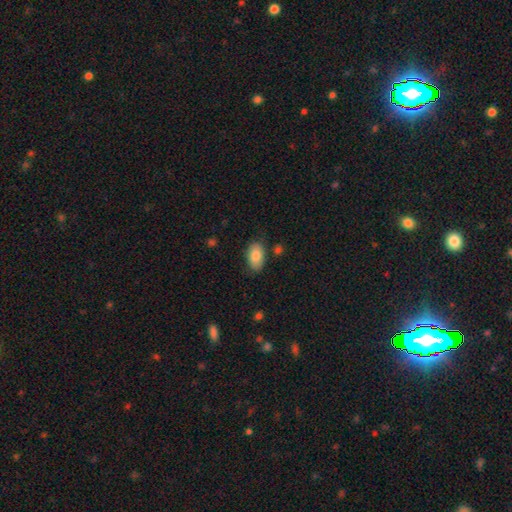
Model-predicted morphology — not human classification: Smooth or featured? smooth (84%)
How rounded? in between (93%)
Merging? none (78%)